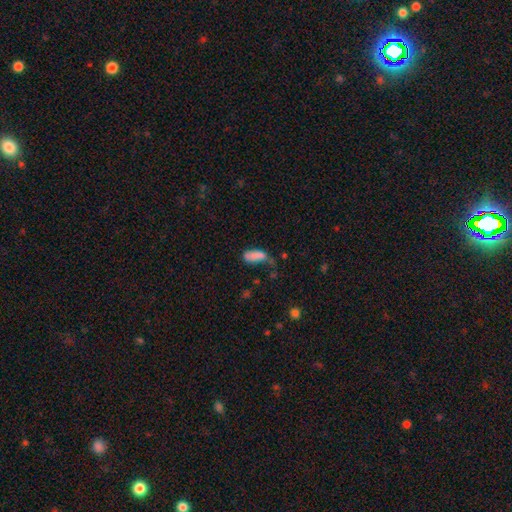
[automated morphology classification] smooth_or_featured: smooth (p=0.76) [alt: featured or disk p=0.13]
how_rounded: in between (p=0.80) [alt: cigar-shaped p=0.17]
merging: major disturbance (p=0.31) [alt: none p=0.29]